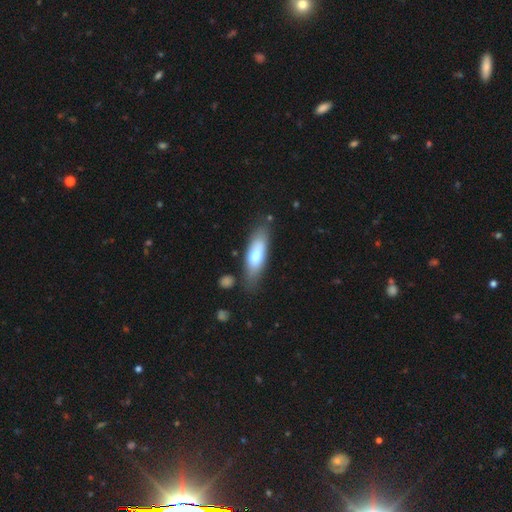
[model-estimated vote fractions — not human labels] Overall: smooth (65%; featured or disk 29%). How rounded: in between (55%; cigar-shaped 43%). Merging: none (75%).